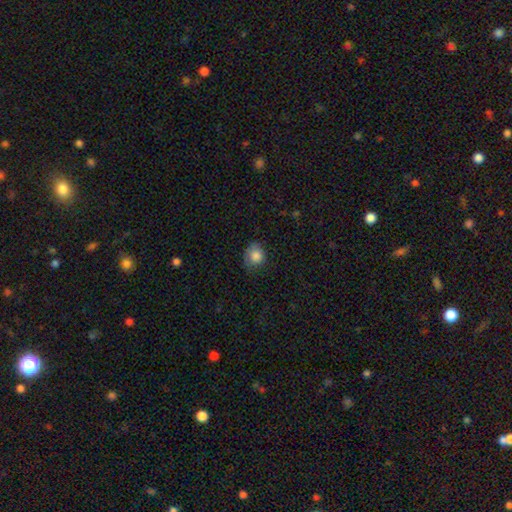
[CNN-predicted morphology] A smooth galaxy with no disk features (85%) that is round (66%).

Vote fractions:
- Smooth or featured? smooth: 85% / star or artifact: 9% / featured or disk: 6%
- How rounded? round: 66% / in between: 33% / cigar-shaped: 1%
- Merging? none: 64% / minor disturbance: 28% / major disturbance: 6% / merger: 1%